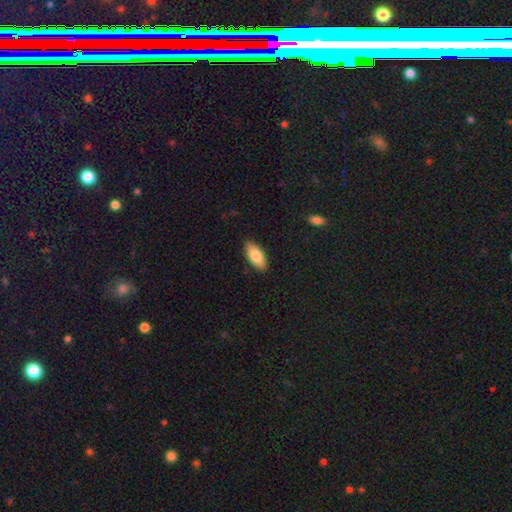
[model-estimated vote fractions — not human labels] Overall: smooth (80%). How rounded: in between (86%). Merging: none (88%).